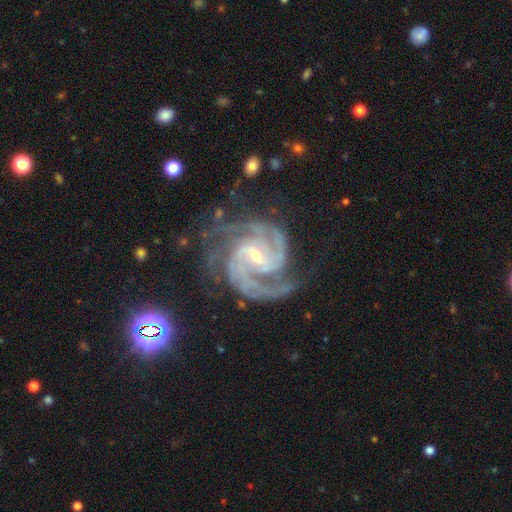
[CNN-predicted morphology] Smooth or featured?
  - featured or disk: 93% *
  - star or artifact: 5%
  - smooth: 2%
Edge-on disk?
  - no: 98% *
  - yes: 2%
Bar?
  - weak: 49% *
  - strong: 30%
  - no: 21%
Spiral arms?
  - yes: 99% *
  - no: 1%
Spiral winding?
  - tight: 49% *
  - medium: 45%
  - loose: 6%
Spiral arm count?
  - 3: 36% *
  - 2: 28%
  - 4: 15%
  - can't tell: 9%
  - more than 4: 6%
  - 1: 6%
Bulge size?
  - small: 67% *
  - moderate: 29%
  - none: 2%
  - large: 1%
  - dominant: 1%
Merging?
  - none: 70% *
  - minor disturbance: 18%
  - major disturbance: 10%
  - merger: 2%